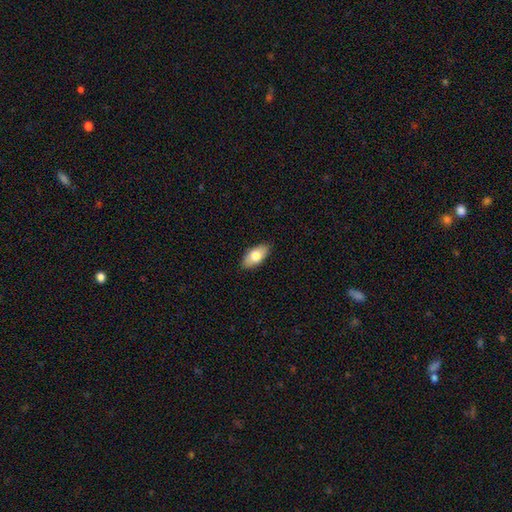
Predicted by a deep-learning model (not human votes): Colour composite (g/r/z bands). It shows a smooth galaxy with no disk features (78%) that is in between round and cigar-shaped (92%). Merging: none (88%).